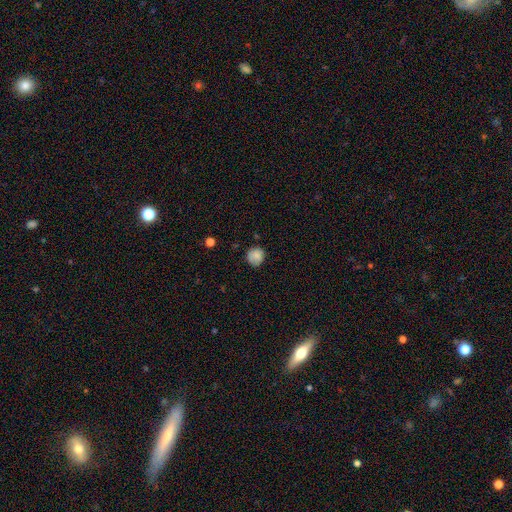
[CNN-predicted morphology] A smooth galaxy with no disk features (82%) that is round (88%). Merging: none (75%).